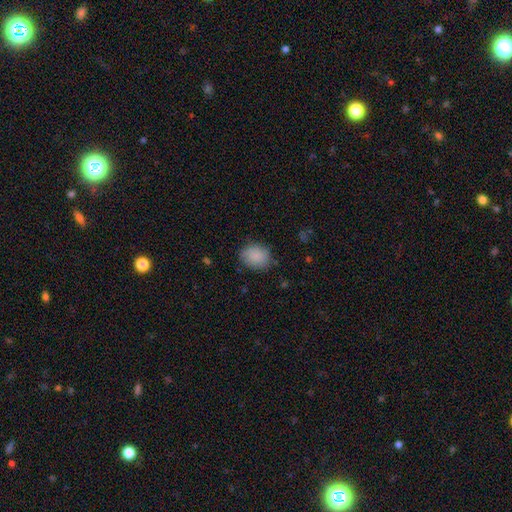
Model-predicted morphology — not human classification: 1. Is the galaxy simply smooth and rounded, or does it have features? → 87% smooth, 7% star or artifact, 5% featured or disk.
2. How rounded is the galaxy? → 56% round, 43% in between, 1% cigar-shaped.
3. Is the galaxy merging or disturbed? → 80% none, 15% minor disturbance, 4% major disturbance, 1% merger.